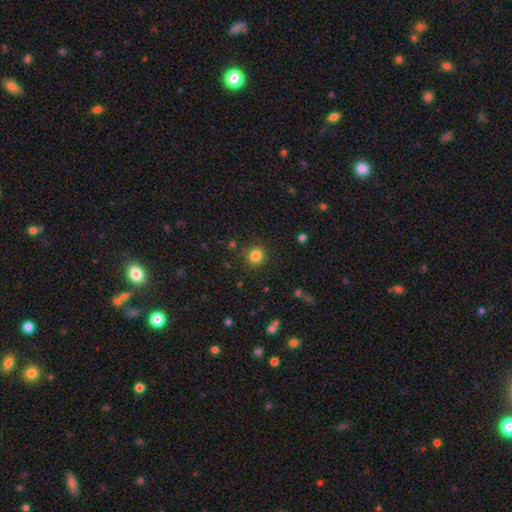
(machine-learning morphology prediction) The model was most divided on "smooth or featured": smooth: 83%, star or artifact: 12%, featured or disk: 5%. More confident: how rounded — round (93%); merging — none (89%).